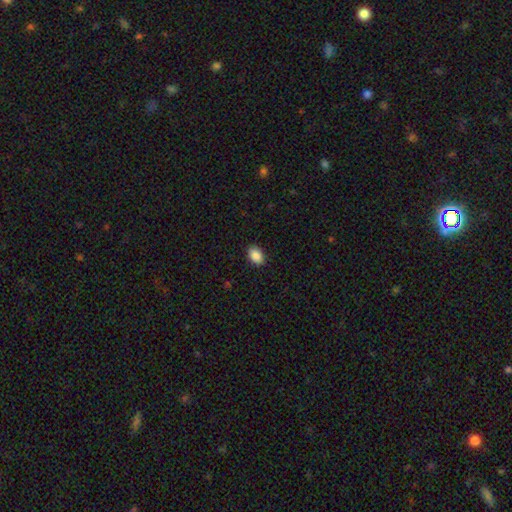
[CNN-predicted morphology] A smooth galaxy with no disk features (89%) that is in between round and cigar-shaped (84%). Merging: none (89%).